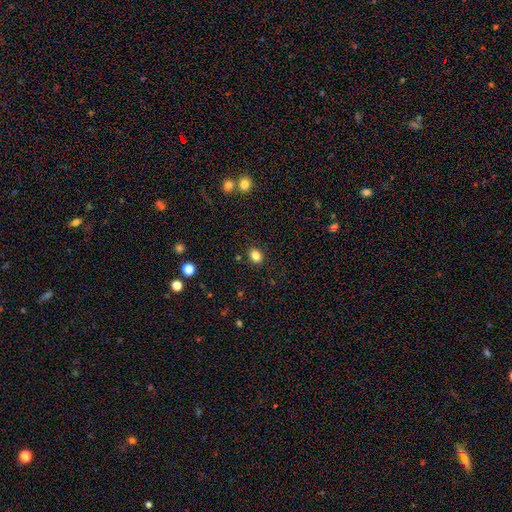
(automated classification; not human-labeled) Morphology: type=smooth (83%); roundness=in between (50%); merging=none (88%).